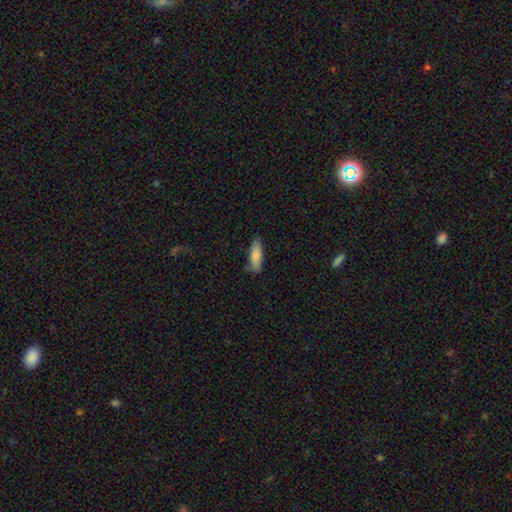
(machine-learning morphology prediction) Smooth or featured?
  - smooth: 82% *
  - featured or disk: 12%
  - star or artifact: 6%
How rounded?
  - in between: 52% *
  - cigar-shaped: 46%
  - round: 2%
Merging?
  - none: 75% *
  - minor disturbance: 20%
  - major disturbance: 3%
  - merger: 2%